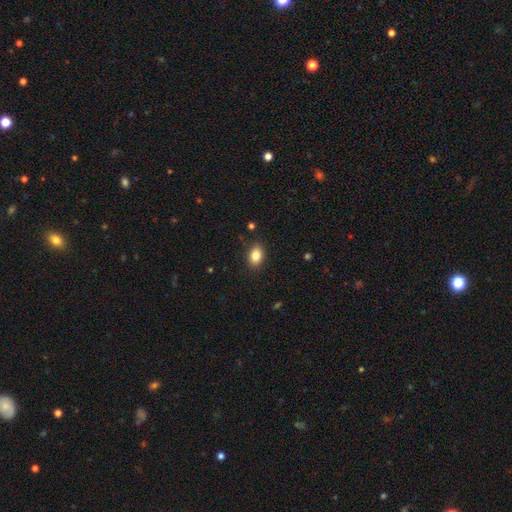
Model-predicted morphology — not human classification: A smooth galaxy with no disk features (83%) that is in between round and cigar-shaped (80%). Merging: none (87%).